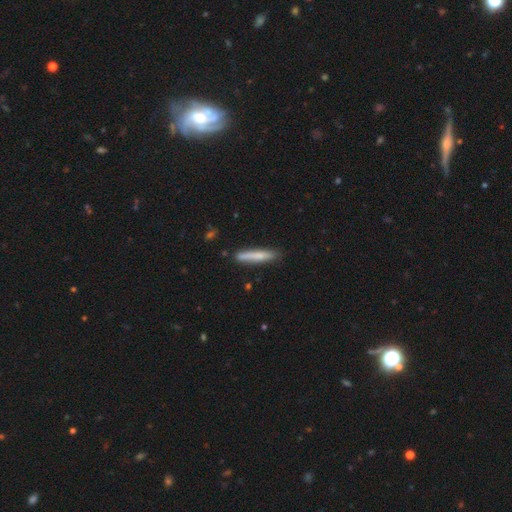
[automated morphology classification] A smooth galaxy with no disk features (72%) that is cigar-shaped (93%).

Vote fractions:
- Smooth or featured? smooth: 72% / featured or disk: 23% / star or artifact: 6%
- How rounded? cigar-shaped: 93% / in between: 6% / round: 1%
- Merging? none: 83% / minor disturbance: 13% / merger: 2% / major disturbance: 2%